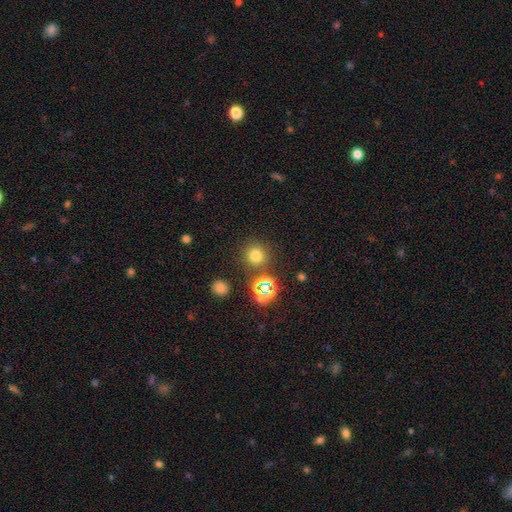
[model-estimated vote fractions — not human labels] smooth 70%, star or artifact 24%, featured or disk 6%. Down the decision tree: how rounded — round (92%); merging — none (82%).